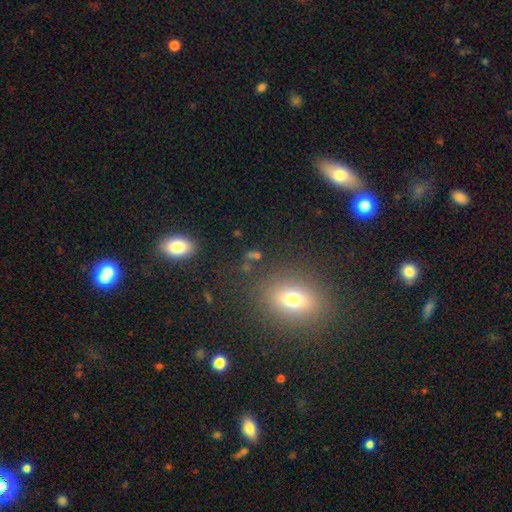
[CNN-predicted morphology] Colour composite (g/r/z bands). It shows a smooth galaxy with no disk features (65%) that is in between round and cigar-shaped (68%). Merging: none (81%).